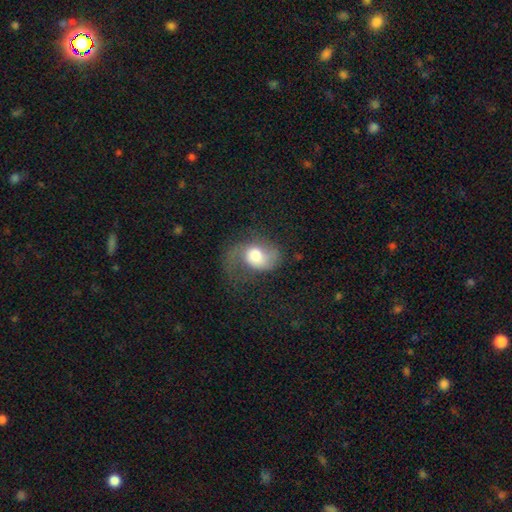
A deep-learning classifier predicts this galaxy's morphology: Smooth or featured?
  - featured or disk: 54% *
  - smooth: 38%
  - star or artifact: 8%
Edge-on disk?
  - no: 97% *
  - yes: 3%
Bar?
  - no: 70% *
  - weak: 25%
  - strong: 5%
Spiral arms?
  - yes: 86% *
  - no: 14%
Bulge size?
  - large: 40% *
  - moderate: 39%
  - dominant: 11%
  - small: 8%
  - none: 2%
Merging?
  - major disturbance: 41% *
  - none: 35%
  - minor disturbance: 22%
  - merger: 2%